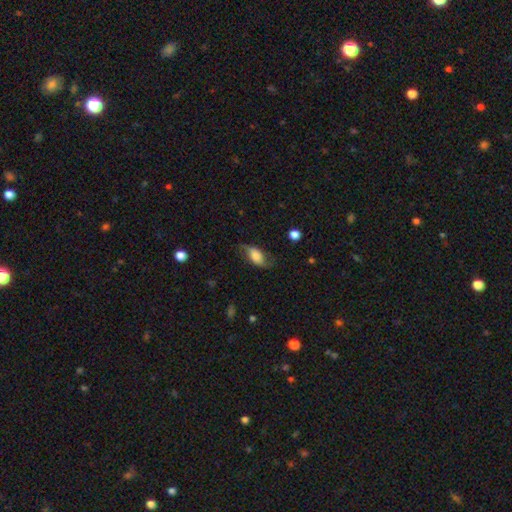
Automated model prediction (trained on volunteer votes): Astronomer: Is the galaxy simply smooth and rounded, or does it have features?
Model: smooth — 60%.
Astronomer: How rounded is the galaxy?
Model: in between — 88%.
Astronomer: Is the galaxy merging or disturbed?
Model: none — 61%.